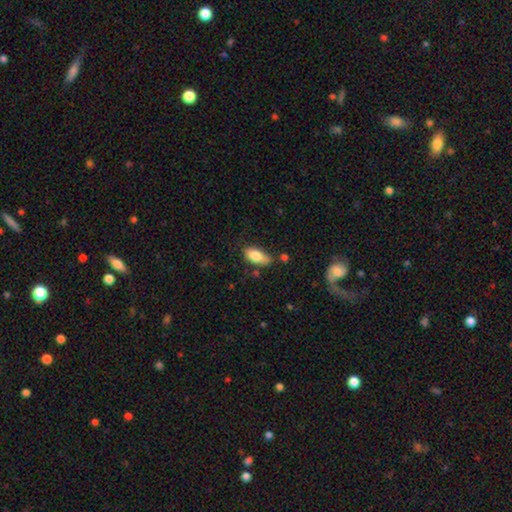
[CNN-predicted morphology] smooth 81%, featured or disk 12%, star or artifact 7%. Down the decision tree: how rounded — in between (87%); merging — none (57%).